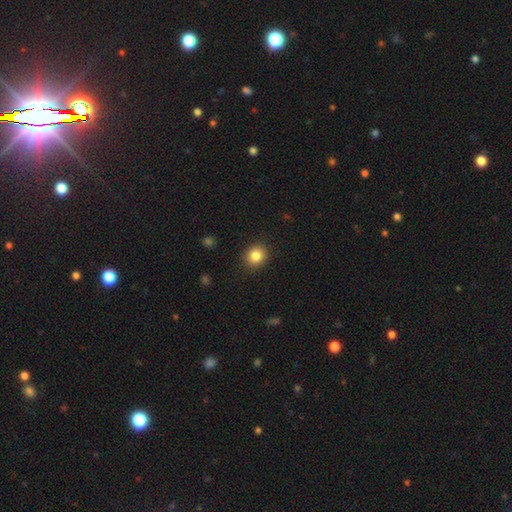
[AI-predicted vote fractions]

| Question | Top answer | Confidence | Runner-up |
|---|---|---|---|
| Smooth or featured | smooth | 84% | star or artifact (10%) |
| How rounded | round | 71% | in between (29%) |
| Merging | none | 89% | minor disturbance (7%) |